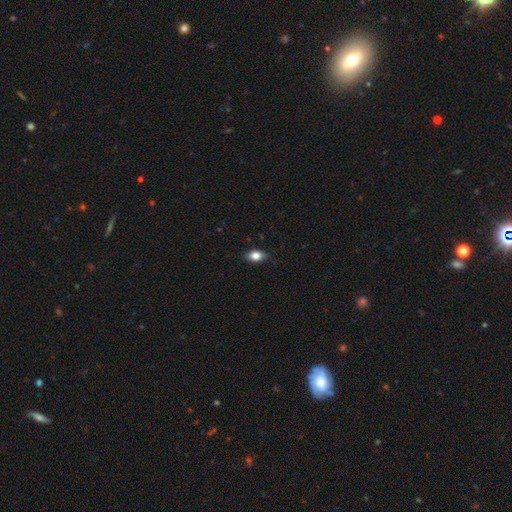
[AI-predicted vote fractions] A smooth galaxy with no disk features (82%) that is in between round and cigar-shaped (85%).

Vote fractions:
- Smooth or featured? smooth: 82% / featured or disk: 9% / star or artifact: 8%
- How rounded? in between: 85% / round: 12% / cigar-shaped: 3%
- Merging? none: 84% / minor disturbance: 13% / major disturbance: 2% / merger: 1%